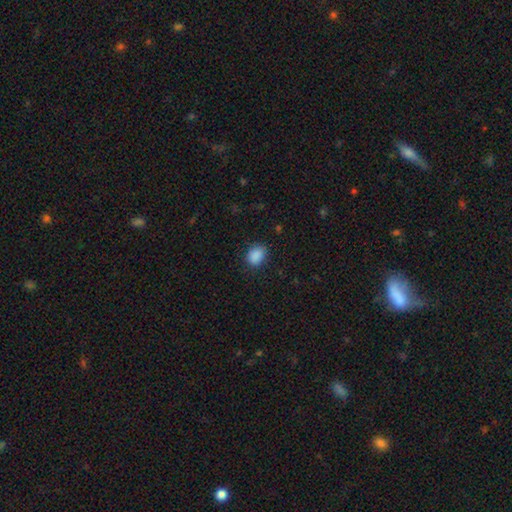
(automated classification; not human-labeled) A smooth galaxy with no disk features (88%) that is in between round and cigar-shaped (56%). Merging: none (86%).